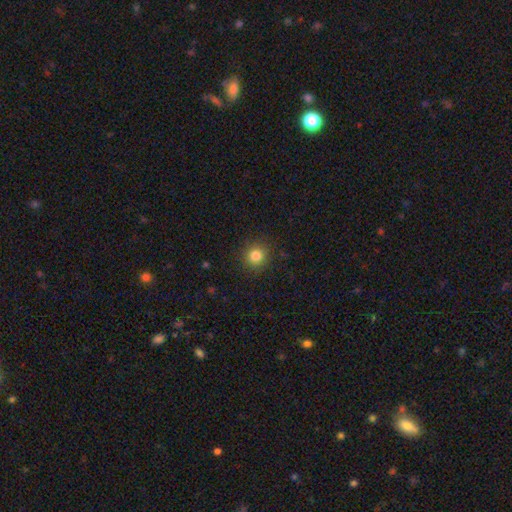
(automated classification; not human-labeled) This appears to be a smooth galaxy with no disk features (83%) that is round (92%). Merging: none (90%).